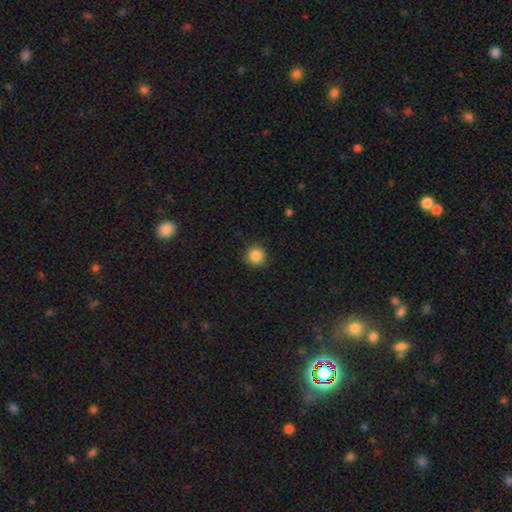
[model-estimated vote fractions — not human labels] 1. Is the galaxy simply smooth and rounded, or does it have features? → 86% smooth, 10% star or artifact, 4% featured or disk.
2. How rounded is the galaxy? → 95% round, 4% in between, 1% cigar-shaped.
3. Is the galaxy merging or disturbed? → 91% none, 6% minor disturbance, 2% major disturbance, 1% merger.